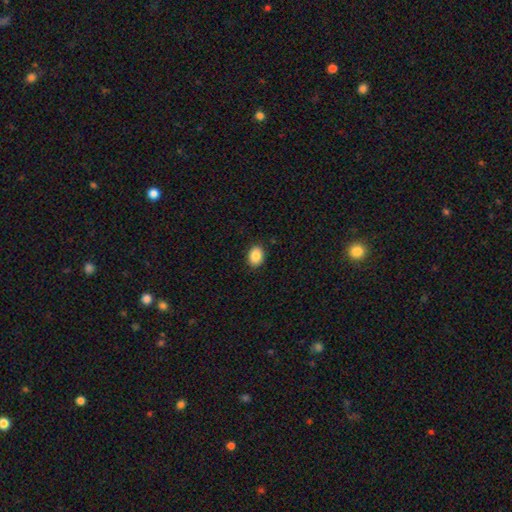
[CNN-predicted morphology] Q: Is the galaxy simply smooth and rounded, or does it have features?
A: smooth — 89%.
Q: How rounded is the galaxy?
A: in between — 64%.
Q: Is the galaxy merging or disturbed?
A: none — 90%.